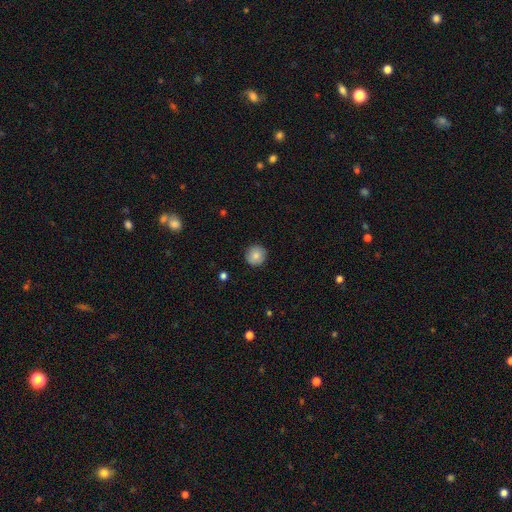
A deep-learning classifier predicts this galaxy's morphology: Smooth or featured?
  - smooth: 81% *
  - featured or disk: 10%
  - star or artifact: 8%
How rounded?
  - round: 94% *
  - in between: 5%
  - cigar-shaped: 1%
Merging?
  - none: 90% *
  - minor disturbance: 7%
  - major disturbance: 2%
  - merger: 1%